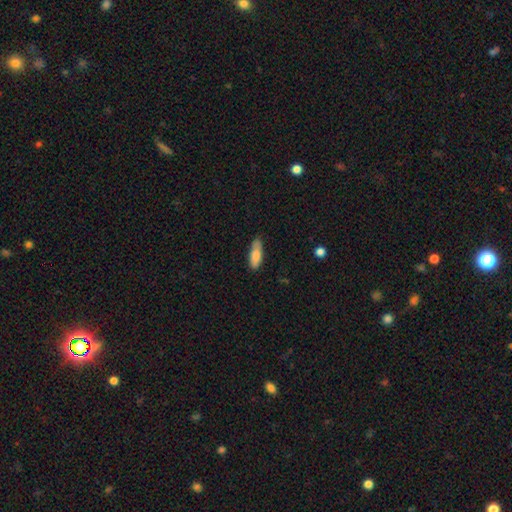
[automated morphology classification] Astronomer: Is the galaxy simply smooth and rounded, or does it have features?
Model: smooth — 83%.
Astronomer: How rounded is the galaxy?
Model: in between — 60% (runner-up: cigar-shaped, 39%).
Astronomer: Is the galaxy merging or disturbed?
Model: none — 72%.